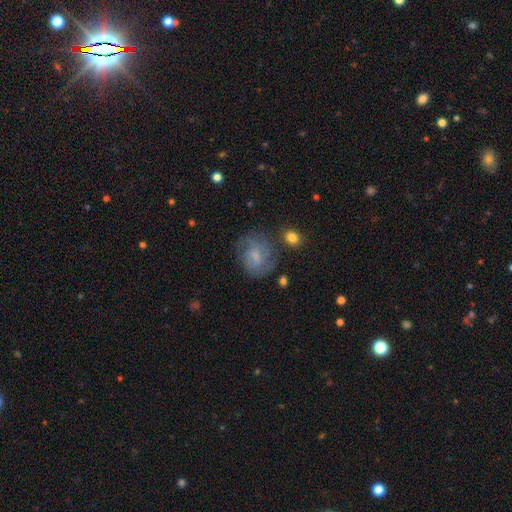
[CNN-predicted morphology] Overall: featured or disk (52%; smooth 39%). Edge-on disk: no (97%). Bar: no (49%; weak 44%). Spiral arms: yes (78%). Bulge size: small (48%; moderate 26%). Merging: none (65%).